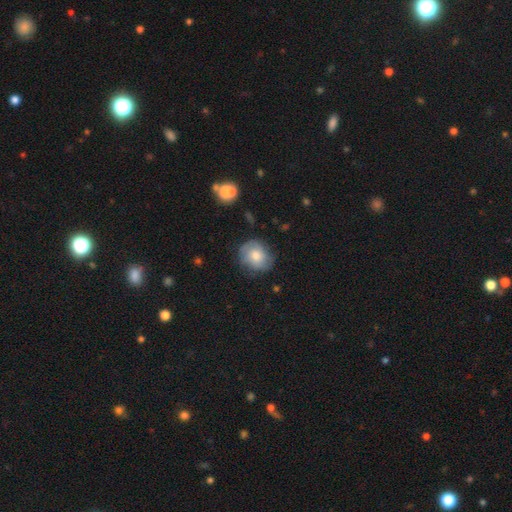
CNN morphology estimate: smooth-or-featured: smooth: 61% | featured or disk: 32% | star or artifact: 8%
  how-rounded: round: 73% | in between: 26% | cigar-shaped: 1%
  merging: none: 71% | minor disturbance: 21% | major disturbance: 6% | merger: 2%